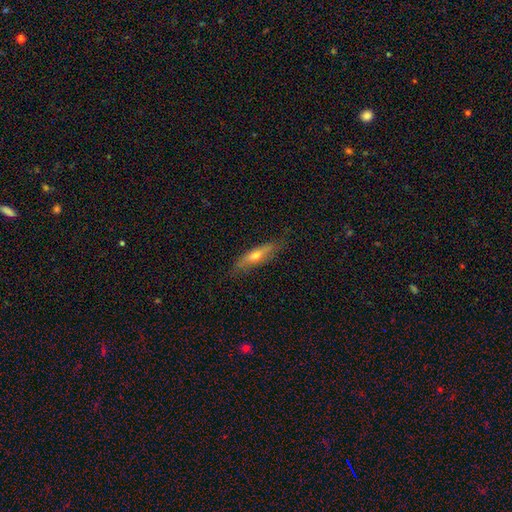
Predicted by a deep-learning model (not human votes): Overall: featured or disk (49%; smooth 45%). Merging: none (77%).